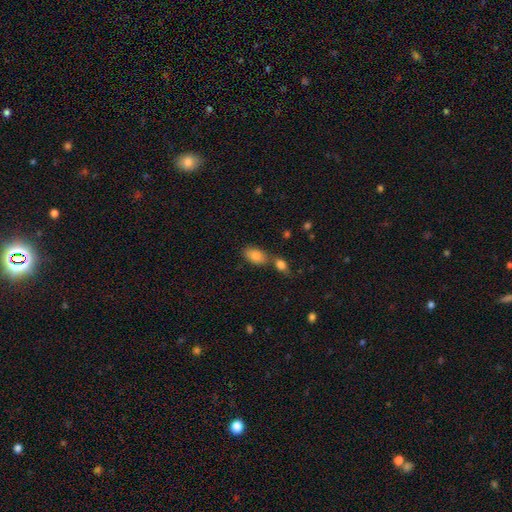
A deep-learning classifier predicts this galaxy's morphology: Overall: smooth (83%). How rounded: in between (91%). Merging: none (51%; merger 34%).